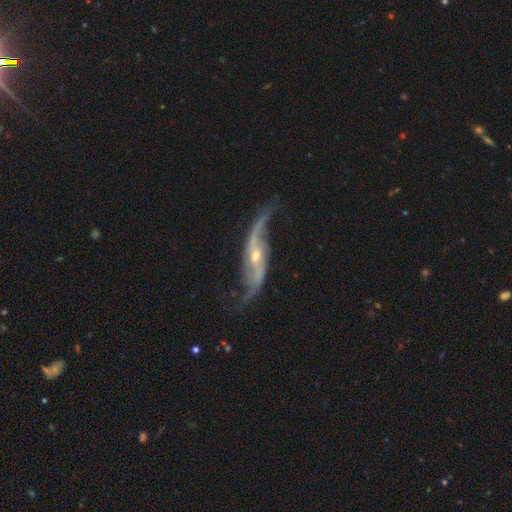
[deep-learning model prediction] This appears to be a featured or disk galaxy (90%) with no bar (45%), 2 (93%) loose (86%) spiral arms (96%) and a small central bulge (56%). Merging: none (68%).